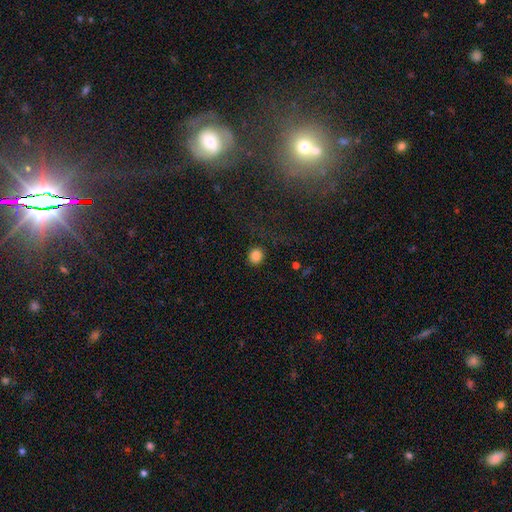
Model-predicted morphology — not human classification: smooth_or_featured: smooth (p=0.84) [alt: star or artifact p=0.12]
how_rounded: round (p=0.89) [alt: in between p=0.10]
merging: none (p=0.88) [alt: minor disturbance p=0.08]